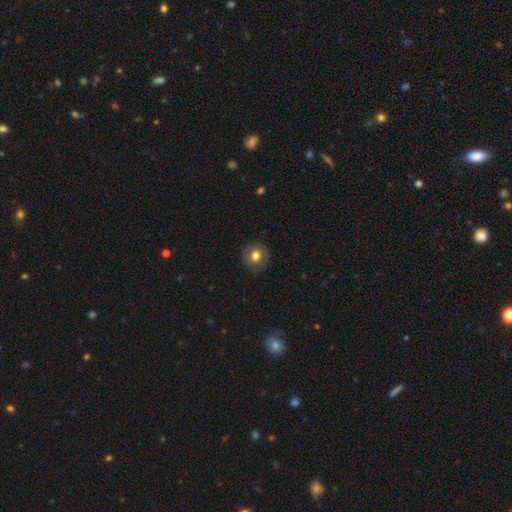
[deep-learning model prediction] This appears to be a smooth galaxy with no disk features (76%) that is round (85%). Merging: none (87%).